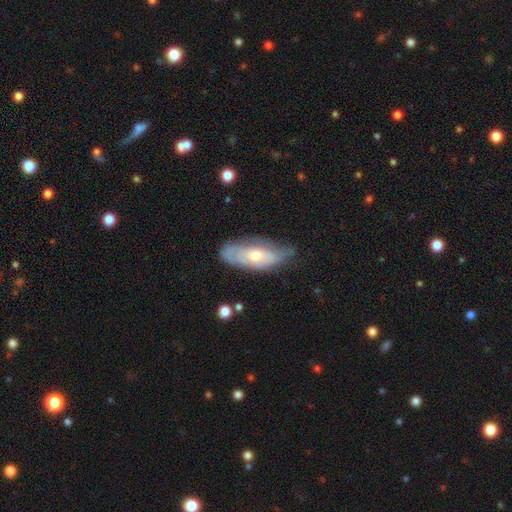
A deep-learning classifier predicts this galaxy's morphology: smooth_or_featured: featured or disk (p=0.54) [alt: smooth p=0.39]
disk_edge_on: no (p=0.81) [alt: yes p=0.19]
merging: none (p=0.56) [alt: minor disturbance p=0.32]